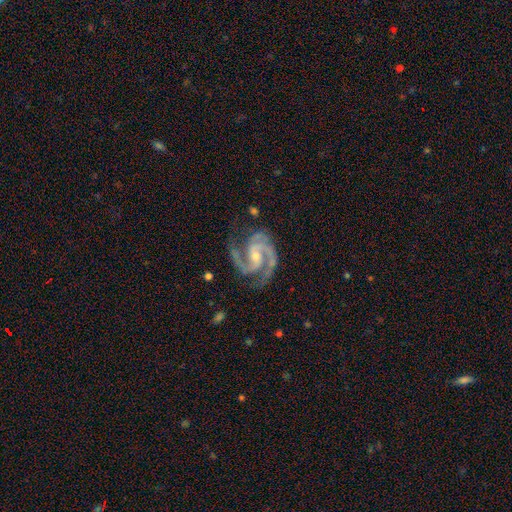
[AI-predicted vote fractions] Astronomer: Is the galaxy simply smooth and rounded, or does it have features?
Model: featured or disk — 94%.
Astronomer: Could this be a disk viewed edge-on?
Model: no — 98%.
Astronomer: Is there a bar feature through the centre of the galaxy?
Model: no — 48% (runner-up: weak, 36%).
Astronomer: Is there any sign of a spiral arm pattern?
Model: yes — 99%.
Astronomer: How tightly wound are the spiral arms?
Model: medium — 60%.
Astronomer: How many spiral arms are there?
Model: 2 — 67%.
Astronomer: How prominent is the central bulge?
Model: small — 58% (runner-up: moderate, 37%).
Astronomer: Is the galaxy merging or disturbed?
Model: none — 72%.